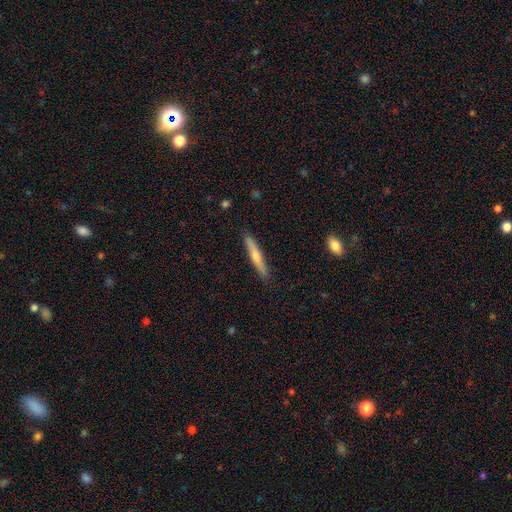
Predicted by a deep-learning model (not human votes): This is possibly a featured or disk galaxy (51%). It is clearly viewed edge-on (95%). Merging: clearly none (90%).